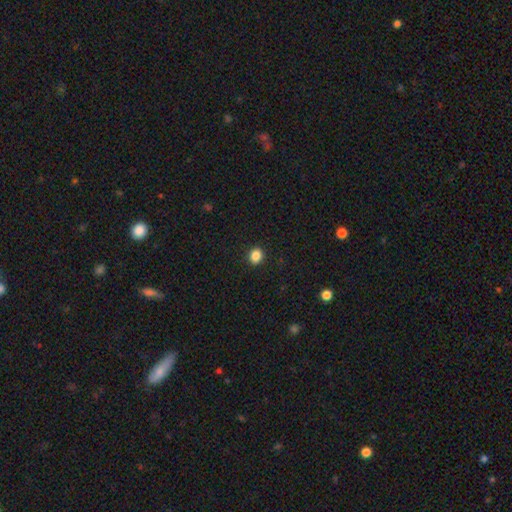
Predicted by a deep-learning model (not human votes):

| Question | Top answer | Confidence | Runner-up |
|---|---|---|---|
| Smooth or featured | smooth | 86% | star or artifact (11%) |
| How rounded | round | 70% | in between (29%) |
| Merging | none | 92% | minor disturbance (5%) |